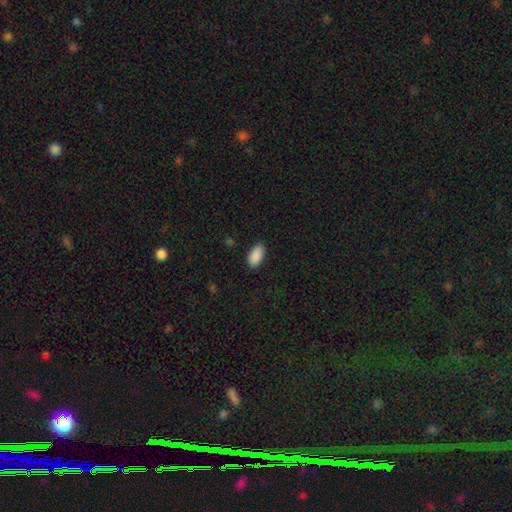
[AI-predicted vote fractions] smooth-or-featured: smooth: 91% | star or artifact: 7% | featured or disk: 3%
  how-rounded: in between: 95% | cigar-shaped: 3% | round: 3%
  merging: none: 87% | minor disturbance: 10% | major disturbance: 2% | merger: 1%